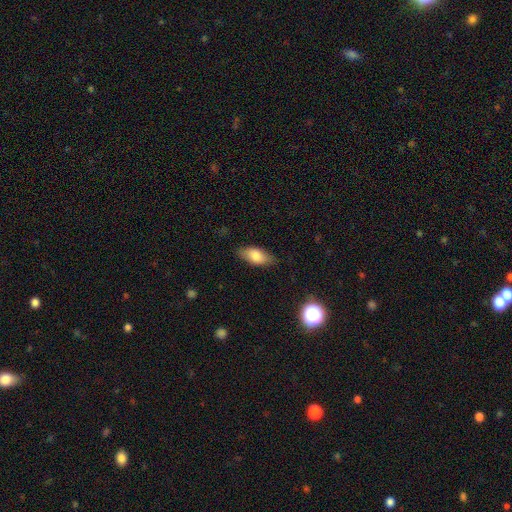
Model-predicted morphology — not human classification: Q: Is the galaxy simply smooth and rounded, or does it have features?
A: smooth — 78%.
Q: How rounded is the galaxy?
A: in between — 86%.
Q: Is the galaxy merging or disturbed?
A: none — 81%.